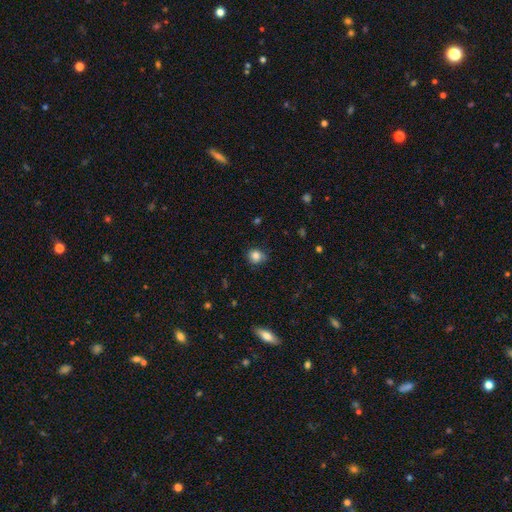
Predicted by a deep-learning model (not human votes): Q: Smooth or featured?
A: smooth (83%); runner-up: star or artifact (11%)
Q: How rounded?
A: round (82%); runner-up: in between (17%)
Q: Merging?
A: none (76%); runner-up: minor disturbance (19%)